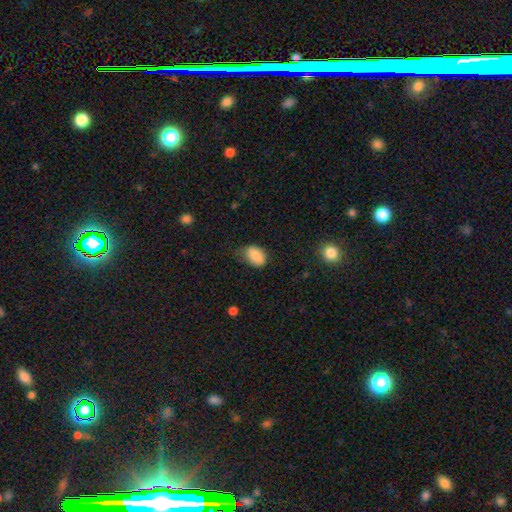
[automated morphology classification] A smooth galaxy with no disk features (85%) that is in between round and cigar-shaped (82%). Merging: none (58%).